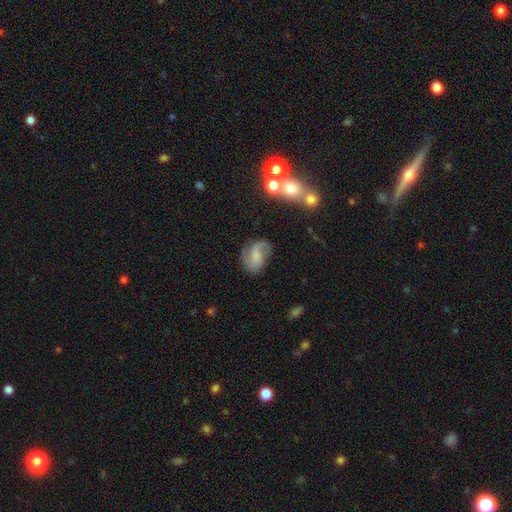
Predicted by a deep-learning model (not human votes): featured or disk 55%, smooth 35%, star or artifact 10%. Down the decision tree: edge-on disk — no (97%); bar — no (53%); spiral arms — yes (89%); bulge size — none (39%); merging — none (55%).